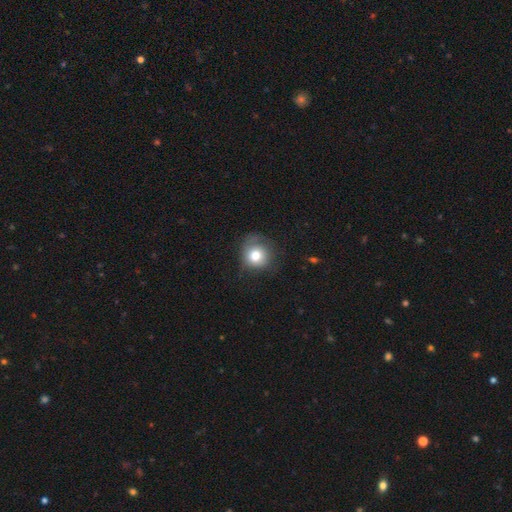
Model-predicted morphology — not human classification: Overall: smooth (75%). How rounded: round (85%). Merging: none (60%; minor disturbance 26%).